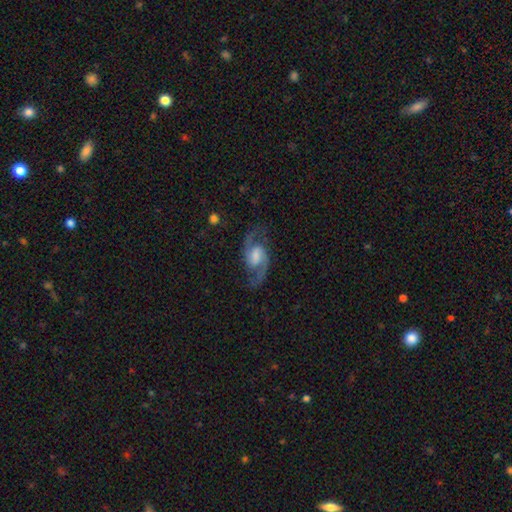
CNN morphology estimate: Q: Smooth or featured?
A: featured or disk (89%); runner-up: smooth (6%)
Q: Edge-on disk?
A: no (97%); runner-up: yes (3%)
Q: Bar?
A: weak (52%); runner-up: no (31%)
Q: Spiral arms?
A: yes (98%); runner-up: no (2%)
Q: Spiral winding?
A: medium (55%); runner-up: loose (33%)
Q: Spiral arm count?
A: 2 (94%); runner-up: can't tell (2%)
Q: Bulge size?
A: moderate (36%); runner-up: small (23%)
Q: Merging?
A: none (80%); runner-up: minor disturbance (13%)